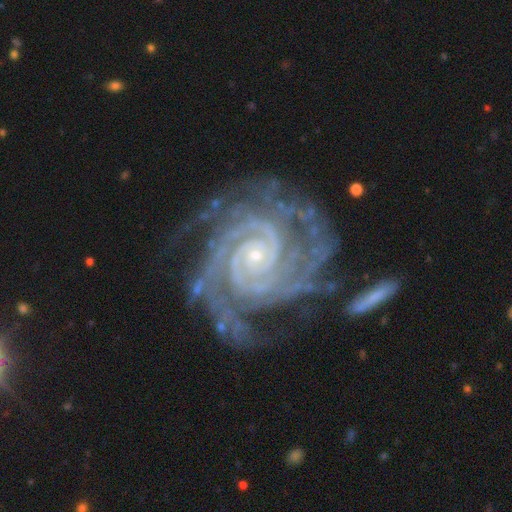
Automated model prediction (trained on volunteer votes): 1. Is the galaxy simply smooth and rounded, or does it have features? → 94% featured or disk, 4% star or artifact, 2% smooth.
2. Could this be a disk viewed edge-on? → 98% no, 2% yes.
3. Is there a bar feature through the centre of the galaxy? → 70% no, 19% weak, 11% strong.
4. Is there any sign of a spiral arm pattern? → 99% yes, 1% no.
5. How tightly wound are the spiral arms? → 83% tight, 15% medium, 2% loose.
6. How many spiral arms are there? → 38% 2, 21% 3, 14% 4, 11% can't tell, 9% more than 4, 7% 1.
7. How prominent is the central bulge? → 85% small, 11% moderate, 2% none, 1% large, 1% dominant.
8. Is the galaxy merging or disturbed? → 62% none, 22% minor disturbance, 12% major disturbance, 5% merger.